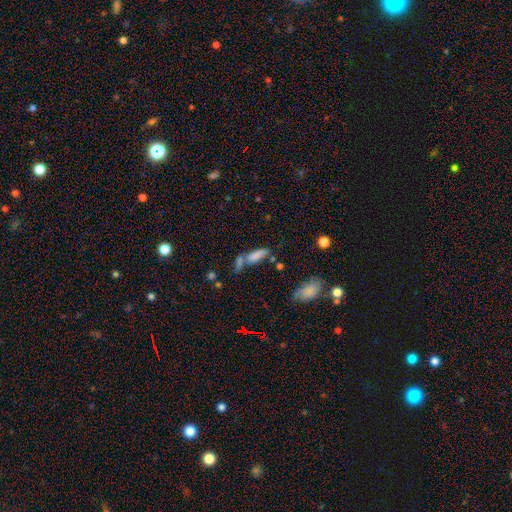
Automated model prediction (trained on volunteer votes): The model was most divided on "merging" (2-way tie): none: 39%, merger: 39%, minor disturbance: 14%, major disturbance: 7%. More confident: smooth or featured — smooth (75%); how rounded — in between (53%).